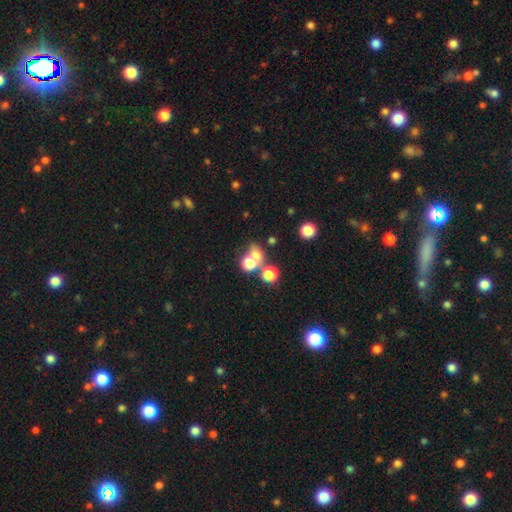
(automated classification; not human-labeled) Overall: smooth (68%). How rounded: round (68%; in between 31%). Merging: merger (51%; none 34%).